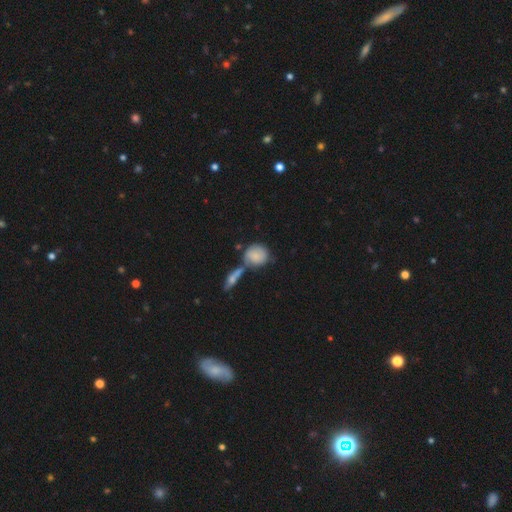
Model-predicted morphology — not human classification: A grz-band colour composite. It shows a smooth galaxy with no disk features (74%) that is round (74%). Merging: none (44%).